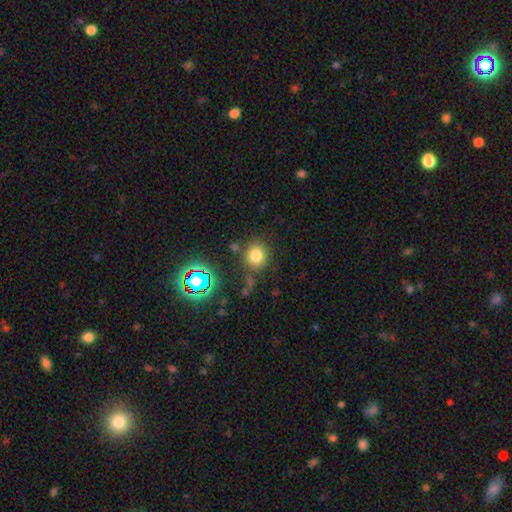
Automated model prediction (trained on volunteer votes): A smooth galaxy with no disk features (76%) that is round (85%).

Vote fractions:
- Smooth or featured? smooth: 76% / star or artifact: 17% / featured or disk: 7%
- How rounded? round: 85% / in between: 14% / cigar-shaped: 1%
- Merging? none: 79% / minor disturbance: 11% / merger: 6% / major disturbance: 4%